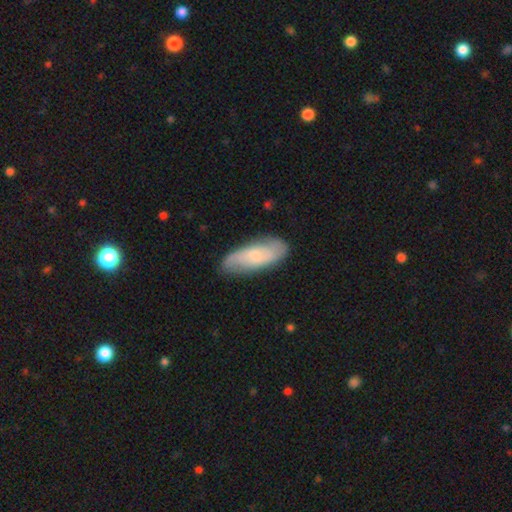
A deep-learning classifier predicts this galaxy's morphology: Smooth or featured? Predicted: featured or disk (p=0.48). Merging? Predicted: none (p=0.78).